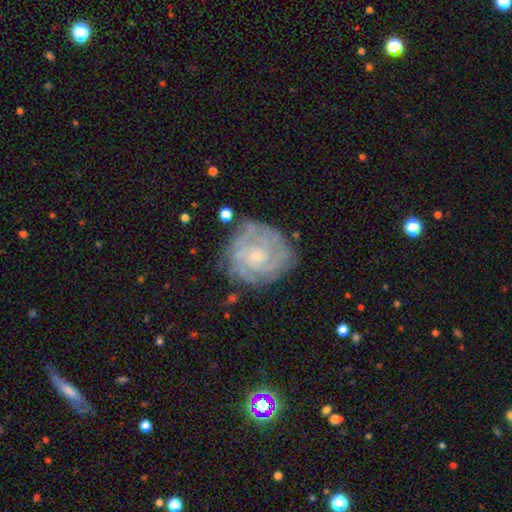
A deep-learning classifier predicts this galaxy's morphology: This appears to be a featured or disk galaxy (80%) with no bar (77%), tight (74%) spiral arms (91%) and a small central bulge (73%). Merging: none (73%).